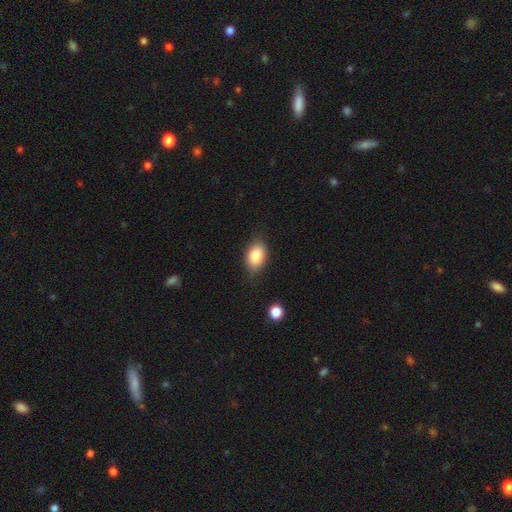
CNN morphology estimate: Q: Smooth or featured?
A: smooth (84%); runner-up: star or artifact (8%)
Q: How rounded?
A: in between (86%); runner-up: round (12%)
Q: Merging?
A: none (80%); runner-up: minor disturbance (15%)